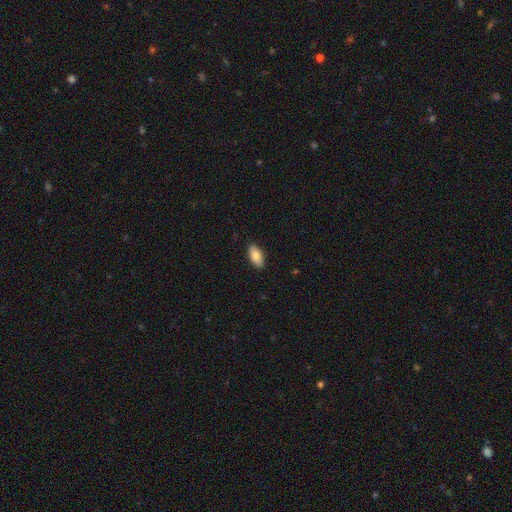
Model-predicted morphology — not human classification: This is clearly a smooth galaxy (84%). How rounded: clearly in between (93%). Merging: clearly none (89%).